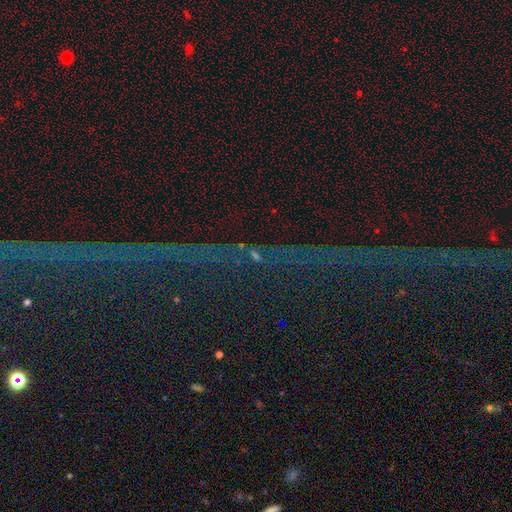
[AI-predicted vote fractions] Smooth or featured?
  - star or artifact: 75% *
  - featured or disk: 14%
  - smooth: 12%